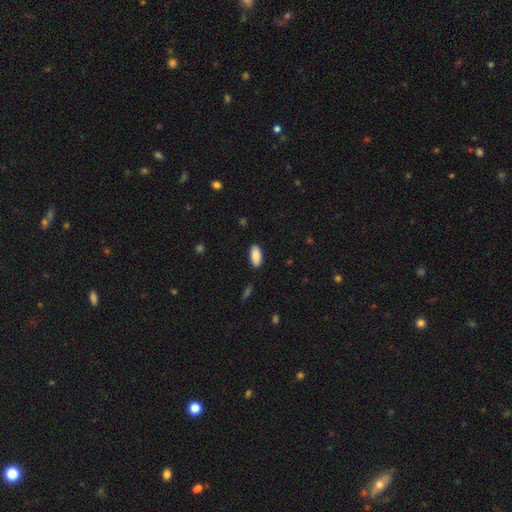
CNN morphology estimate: smooth_or_featured: smooth (p=0.88) [alt: star or artifact p=0.06]
how_rounded: in between (p=0.90) [alt: cigar-shaped p=0.08]
merging: none (p=0.87) [alt: minor disturbance p=0.10]